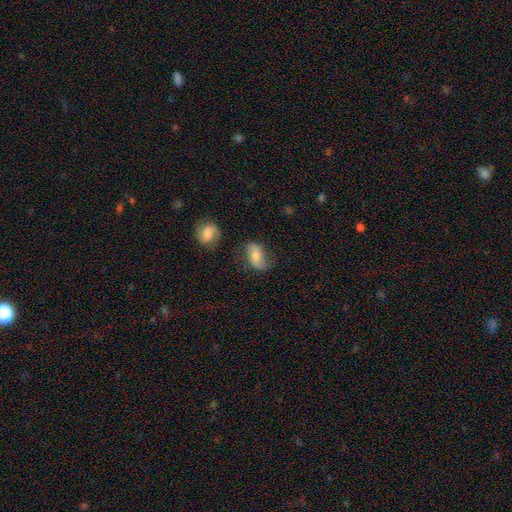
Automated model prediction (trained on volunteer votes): Smooth or featured: smooth — 47% (featured or disk — 45%)
Merging: none — 63% (minor disturbance — 22%)